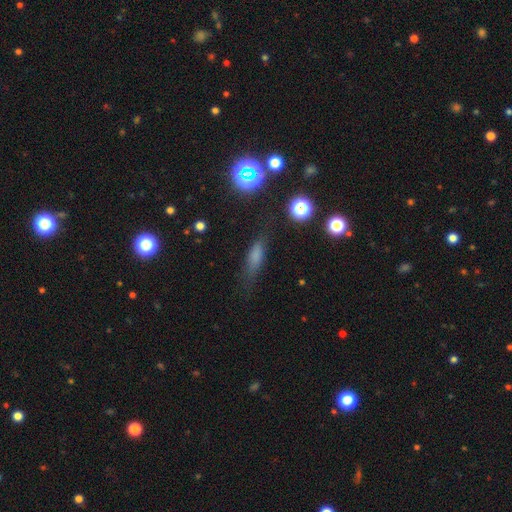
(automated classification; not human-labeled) smooth_or_featured: smooth (p=0.65) [alt: featured or disk p=0.19]
how_rounded: cigar-shaped (p=0.56) [alt: in between p=0.38]
merging: none (p=0.71) [alt: minor disturbance p=0.19]